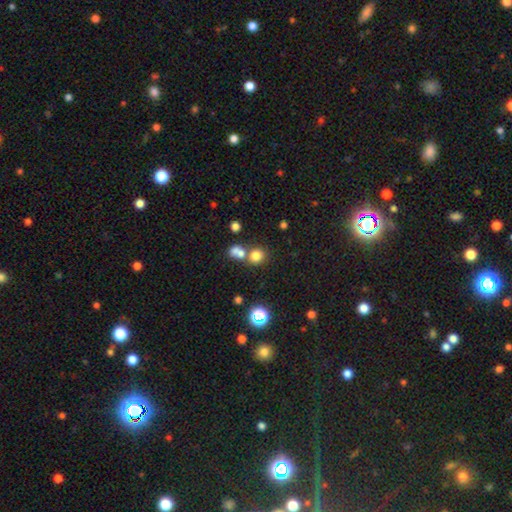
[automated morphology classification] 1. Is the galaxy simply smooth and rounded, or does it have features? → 75% smooth, 16% star or artifact, 8% featured or disk.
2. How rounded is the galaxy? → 84% round, 15% in between, 1% cigar-shaped.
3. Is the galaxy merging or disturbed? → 52% none, 37% merger, 7% minor disturbance, 3% major disturbance.